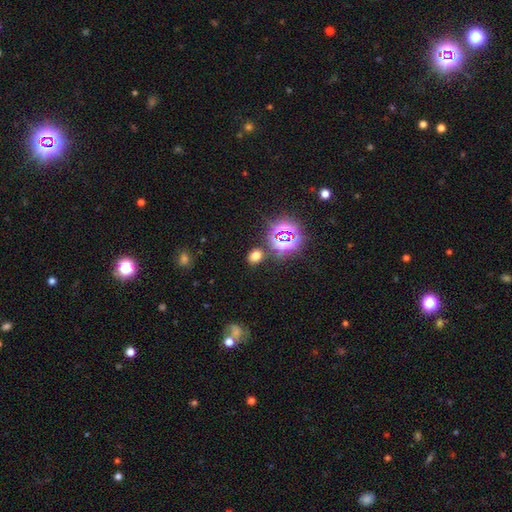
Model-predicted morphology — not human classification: This is likely a smooth galaxy (63%). How rounded: possibly in between (56%). Merging: clearly none (84%).